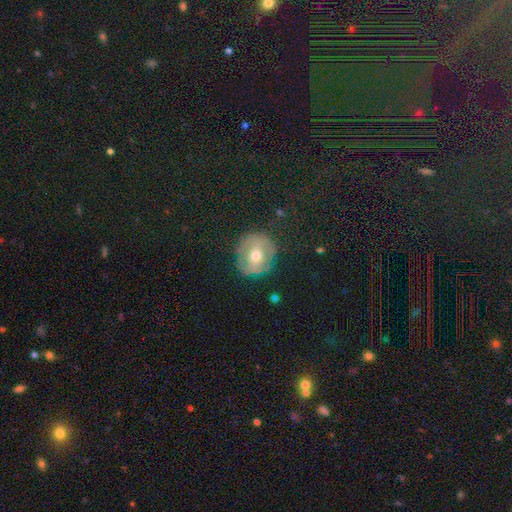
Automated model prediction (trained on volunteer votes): Q: Smooth or featured?
A: featured or disk (44%); runner-up: smooth (38%)
Q: Merging?
A: none (78%); runner-up: minor disturbance (15%)